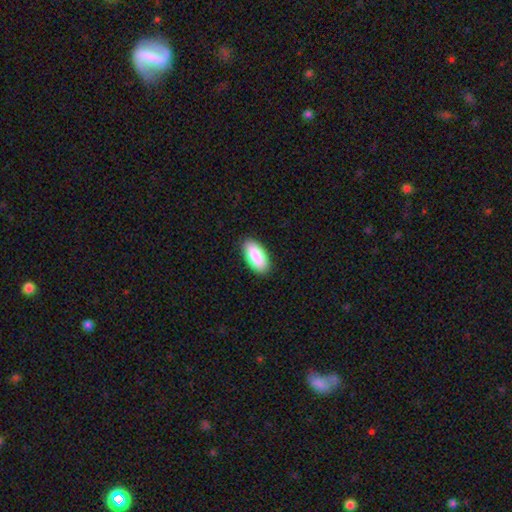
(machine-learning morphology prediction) smooth_or_featured: smooth (p=0.90) [alt: star or artifact p=0.06]
how_rounded: in between (p=0.94) [alt: cigar-shaped p=0.04]
merging: none (p=0.89) [alt: minor disturbance p=0.09]